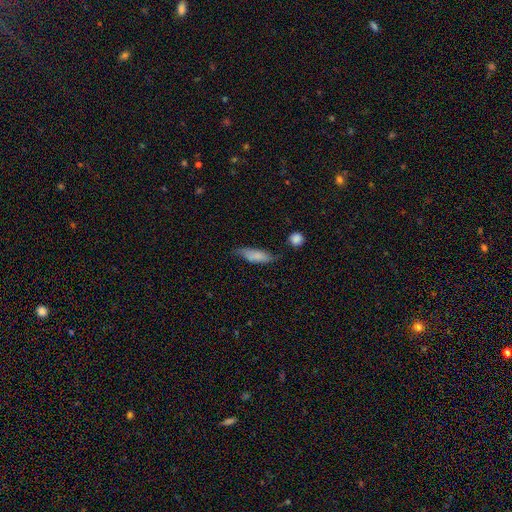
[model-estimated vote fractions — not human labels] Smooth or featured: smooth — 74% (featured or disk — 19%)
How rounded: in between — 56% (cigar-shaped — 41%)
Merging: none — 56% (minor disturbance — 31%)